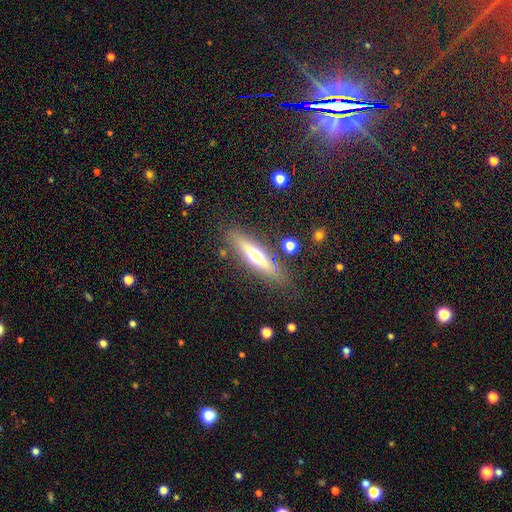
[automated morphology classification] type=featured or disk (54%); edge-on=yes (88%); merging=none (80%).